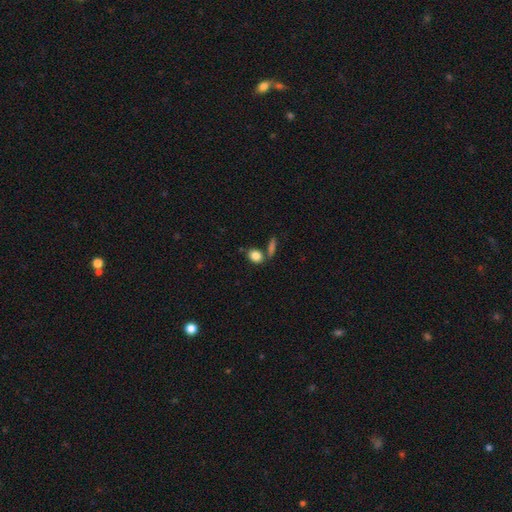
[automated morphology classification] This appears to be a smooth galaxy with no disk features (85%) that is in between round and cigar-shaped (63%). Merging: none (65%).